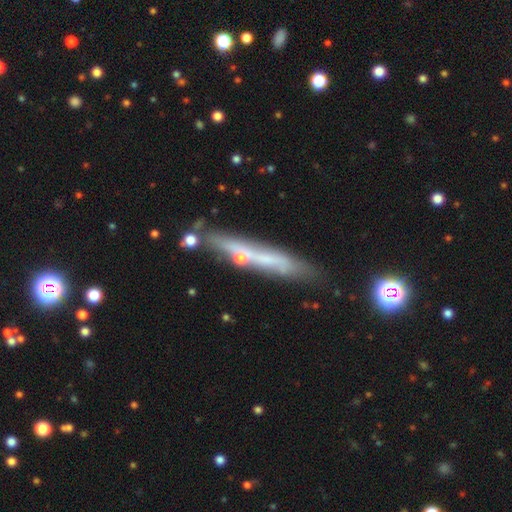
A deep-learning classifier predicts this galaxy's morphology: Smooth or featured: featured or disk — 59% (smooth — 31%)
Edge-on disk: yes — 79% (no — 21%)
Merging: none — 70% (minor disturbance — 17%)